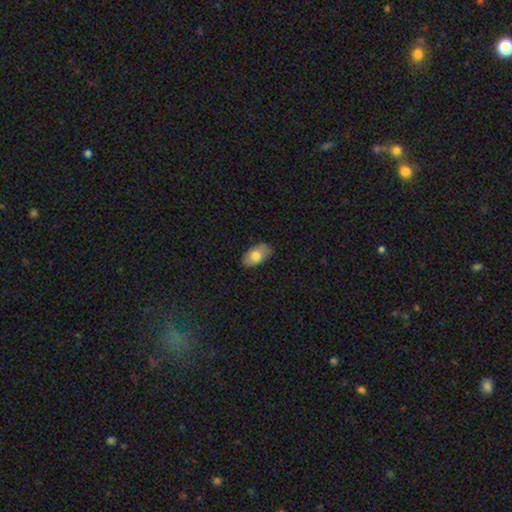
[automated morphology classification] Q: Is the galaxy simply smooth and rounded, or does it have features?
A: smooth — 76%.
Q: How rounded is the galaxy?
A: in between — 93%.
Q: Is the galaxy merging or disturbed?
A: none — 85%.